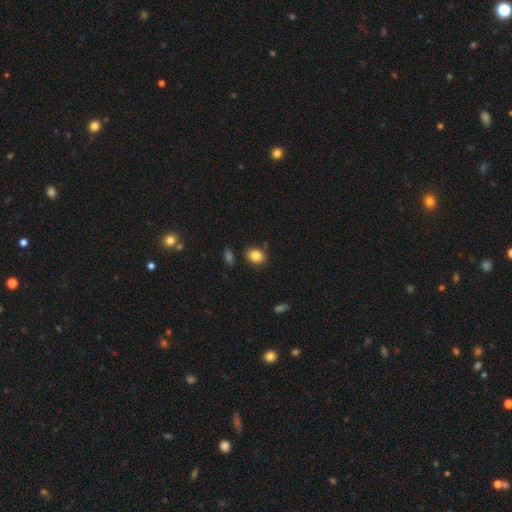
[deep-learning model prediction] A smooth galaxy with no disk features (84%) that is in between round and cigar-shaped (57%). Merging: none (82%).